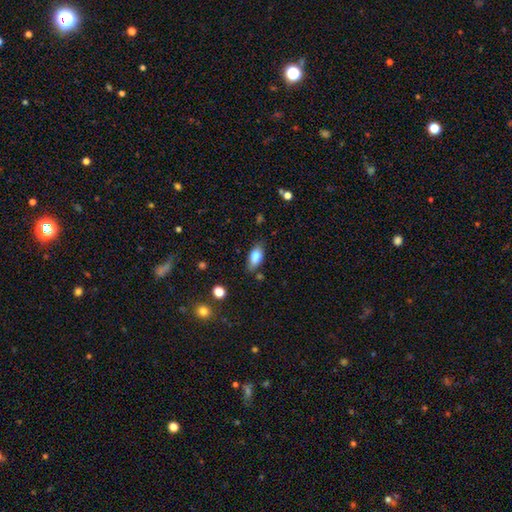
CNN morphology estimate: Smooth or featured: smooth — 80% (featured or disk — 12%)
How rounded: in between — 87% (cigar-shaped — 9%)
Merging: none — 78% (minor disturbance — 16%)